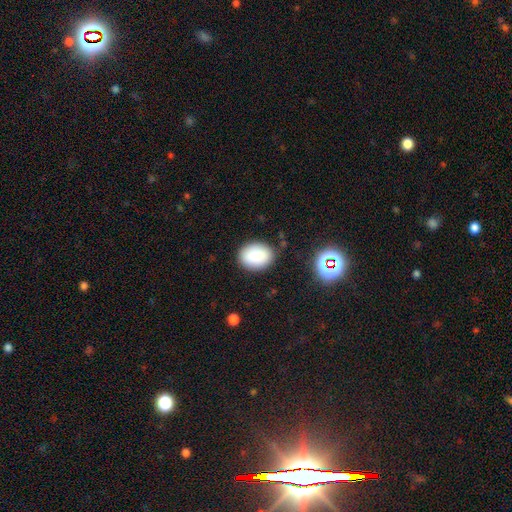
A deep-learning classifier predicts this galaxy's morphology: A smooth galaxy with no disk features (86%) that is in between round and cigar-shaped (64%). Merging: none (85%).